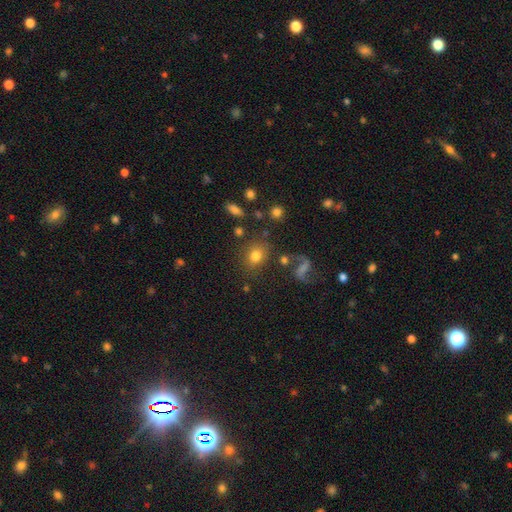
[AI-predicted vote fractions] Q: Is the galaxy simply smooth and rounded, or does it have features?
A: smooth — 73%.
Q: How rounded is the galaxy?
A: round — 55%.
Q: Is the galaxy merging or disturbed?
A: none — 72%.